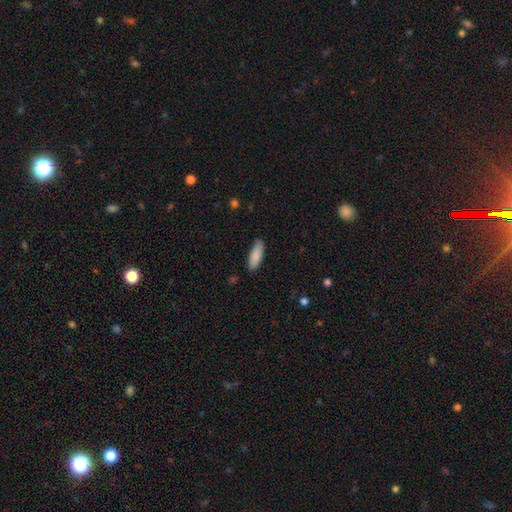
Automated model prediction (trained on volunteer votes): Overall: smooth (87%). How rounded: in between (61%; cigar-shaped 37%). Merging: none (84%).